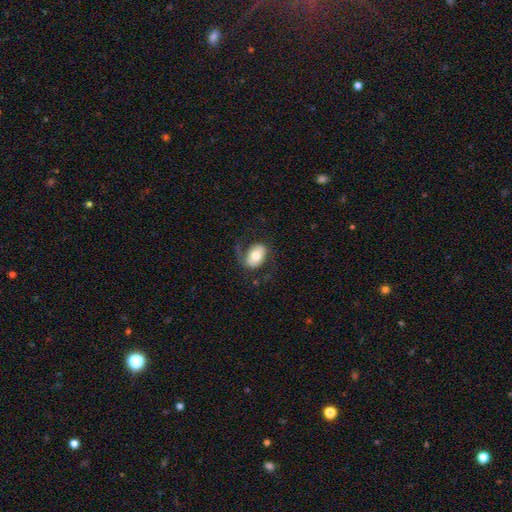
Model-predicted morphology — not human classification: This appears to be a smooth galaxy with no disk features (51%) that is in between round and cigar-shaped (79%). Merging: none (66%).